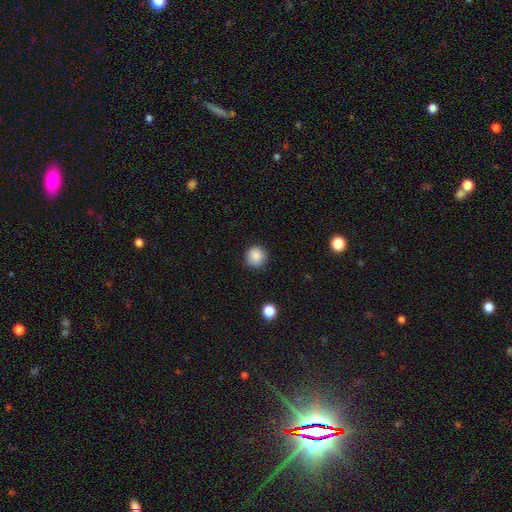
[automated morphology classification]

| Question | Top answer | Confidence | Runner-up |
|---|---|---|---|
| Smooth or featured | smooth | 87% | star or artifact (9%) |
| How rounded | round | 94% | in between (5%) |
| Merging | none | 88% | minor disturbance (8%) |